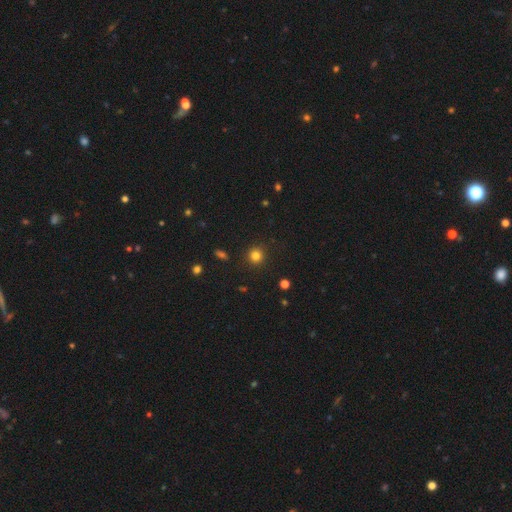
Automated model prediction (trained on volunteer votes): Smooth or featured?
  - smooth: 82% *
  - star or artifact: 13%
  - featured or disk: 5%
How rounded?
  - round: 93% *
  - in between: 6%
  - cigar-shaped: 1%
Merging?
  - none: 90% *
  - minor disturbance: 6%
  - major disturbance: 2%
  - merger: 1%